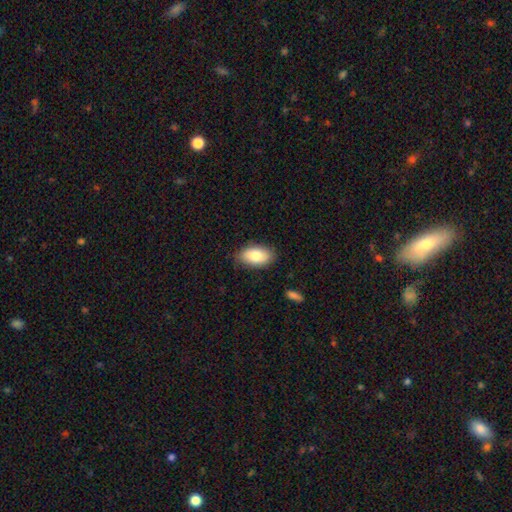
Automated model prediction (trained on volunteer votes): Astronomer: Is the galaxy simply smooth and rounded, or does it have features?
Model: smooth — 81%.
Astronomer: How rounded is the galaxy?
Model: in between — 93%.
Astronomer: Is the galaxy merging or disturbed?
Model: none — 82%.